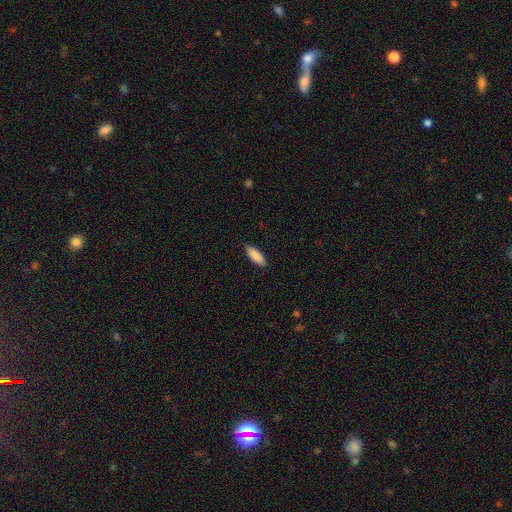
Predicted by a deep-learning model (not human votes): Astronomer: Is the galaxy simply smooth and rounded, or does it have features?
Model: smooth — 88%.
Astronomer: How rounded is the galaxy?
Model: in between — 62%.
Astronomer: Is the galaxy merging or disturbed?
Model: none — 89%.